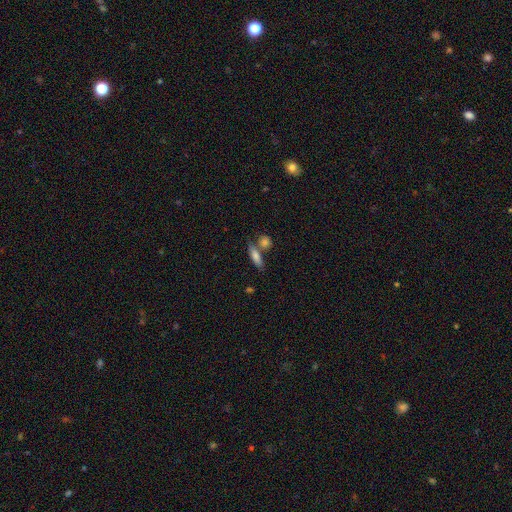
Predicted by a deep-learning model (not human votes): smooth-or-featured: smooth: 75% | featured or disk: 17% | star or artifact: 8%
  how-rounded: in between: 50% | cigar-shaped: 45% | round: 6%
  merging: none: 57% | merger: 27% | minor disturbance: 12% | major disturbance: 4%